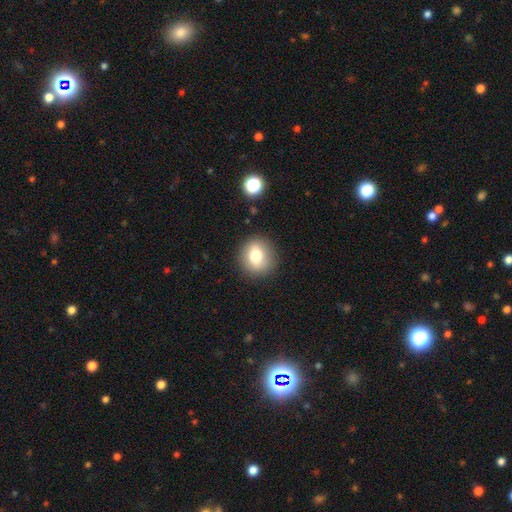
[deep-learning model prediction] Morphology: type=smooth (76%); roundness=round (81%); merging=none (88%).